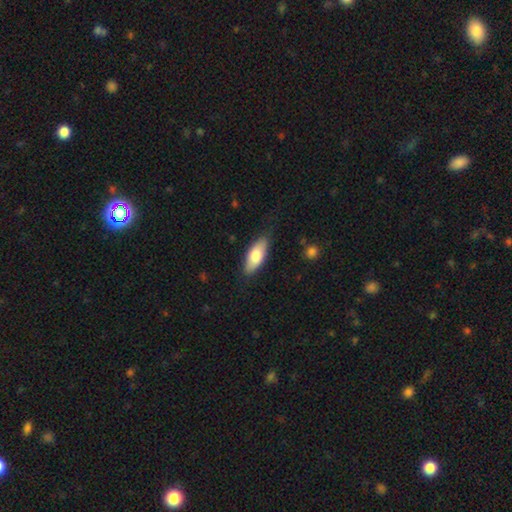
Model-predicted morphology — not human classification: Smooth or featured: smooth — 74% (featured or disk — 21%)
How rounded: in between — 80% (cigar-shaped — 17%)
Merging: none — 82% (minor disturbance — 14%)